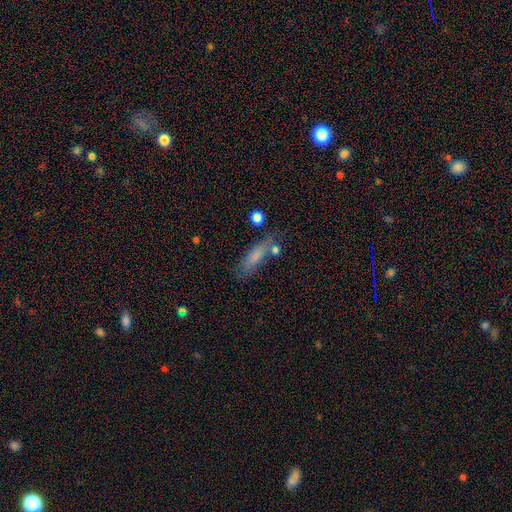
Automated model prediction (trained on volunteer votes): smooth_or_featured: smooth (p=0.73) [alt: featured or disk p=0.17]
how_rounded: cigar-shaped (p=0.53) [alt: in between p=0.43]
merging: none (p=0.61) [alt: minor disturbance p=0.21]